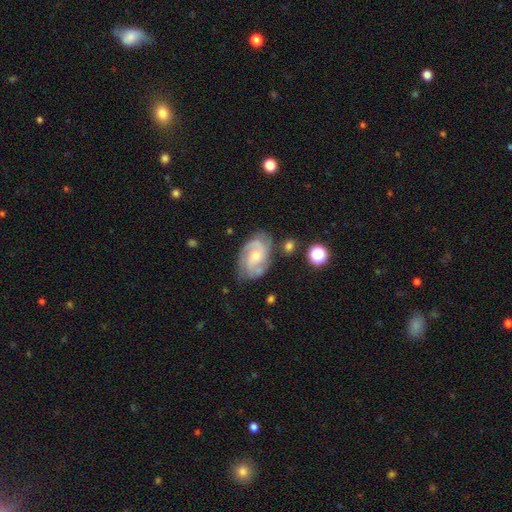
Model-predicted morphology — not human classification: The model was most divided on "spiral winding": medium: 46%, tight: 41%, loose: 12%. Remaining: edge-on disk — no (97%); spiral arms — yes (95%); smooth or featured — featured or disk (81%); merging — none (70%); bar — no (57%); spiral arm count — 2 (52%); bulge size — small (49%).